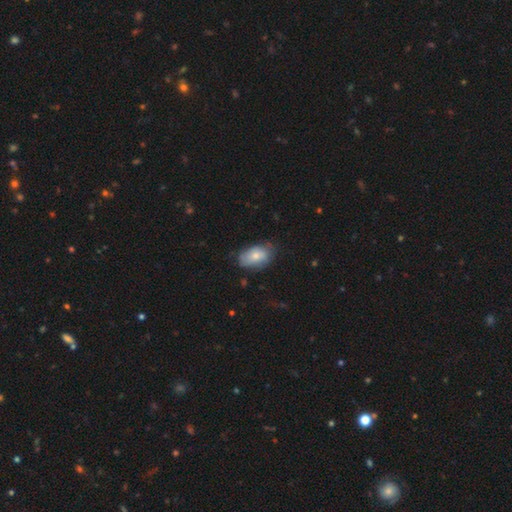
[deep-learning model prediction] A smooth galaxy with no disk features (73%) that is in between round and cigar-shaped (91%). Merging: none (65%).